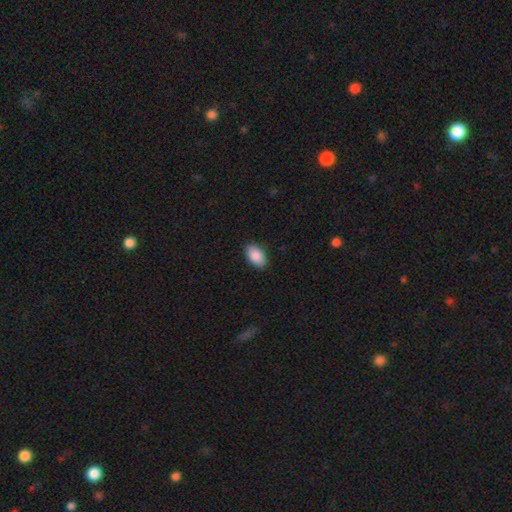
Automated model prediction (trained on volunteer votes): This is clearly a smooth galaxy (90%). How rounded: clearly in between (93%). Merging: clearly none (89%).